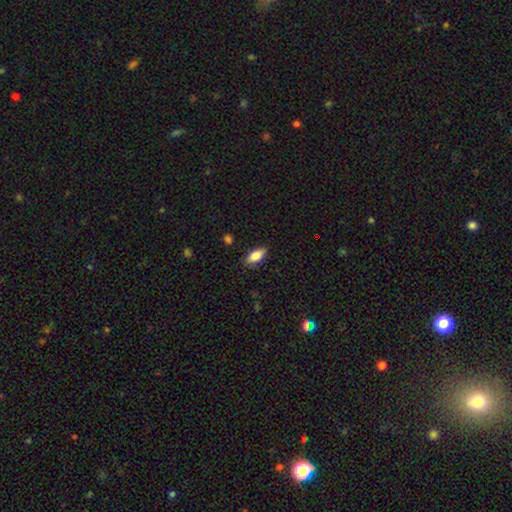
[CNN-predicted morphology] This is likely a smooth galaxy (79%). How rounded: clearly in between (84%). Merging: clearly none (85%).